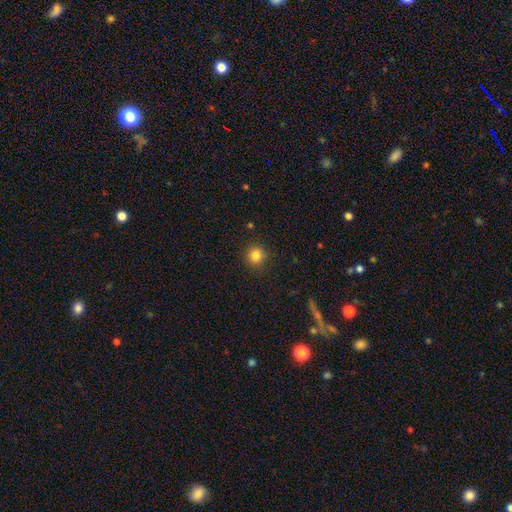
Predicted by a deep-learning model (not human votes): A smooth galaxy with no disk features (83%) that is round (90%). Merging: none (89%).